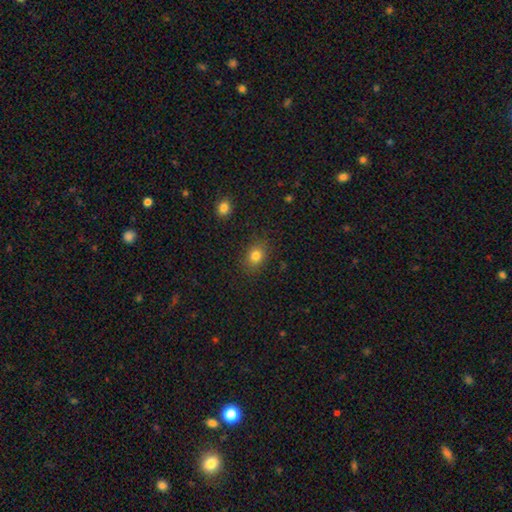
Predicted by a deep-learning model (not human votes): Morphology: type=smooth (81%); roundness=round (53%); merging=none (85%).